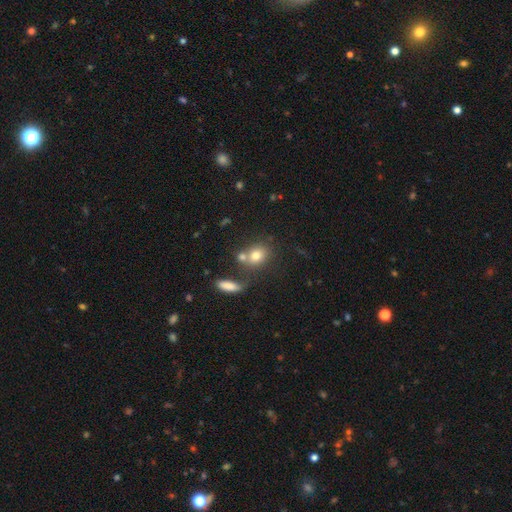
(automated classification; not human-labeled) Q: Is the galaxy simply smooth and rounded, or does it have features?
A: smooth — 75%.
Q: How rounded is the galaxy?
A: round — 57%.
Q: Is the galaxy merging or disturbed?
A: none — 50%.